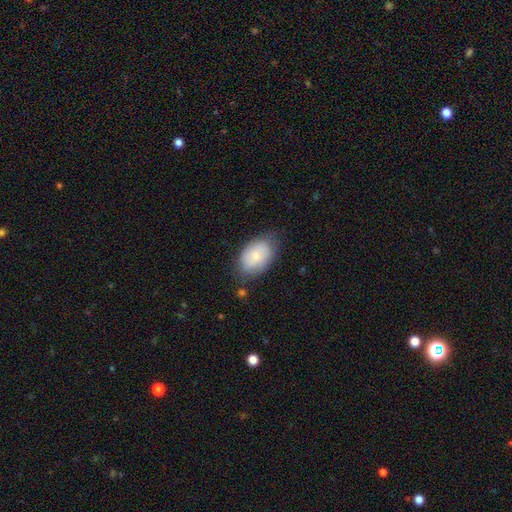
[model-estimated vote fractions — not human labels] This is likely a smooth galaxy (75%). How rounded: clearly in between (89%). Merging: likely none (70%).